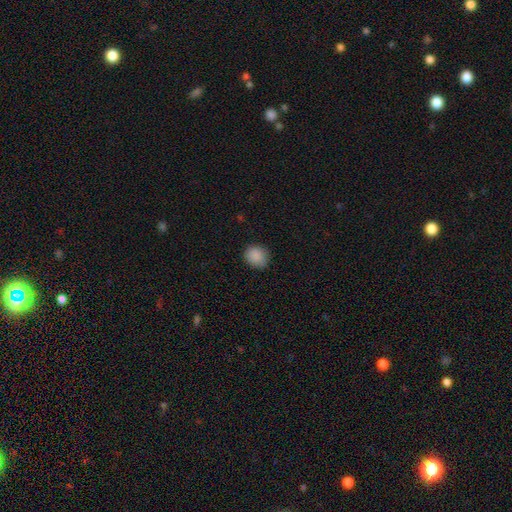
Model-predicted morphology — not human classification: smooth-or-featured: smooth: 88% | star or artifact: 9% | featured or disk: 3%
  how-rounded: round: 73% | in between: 26% | cigar-shaped: 1%
  merging: none: 84% | minor disturbance: 12% | major disturbance: 3% | merger: 1%